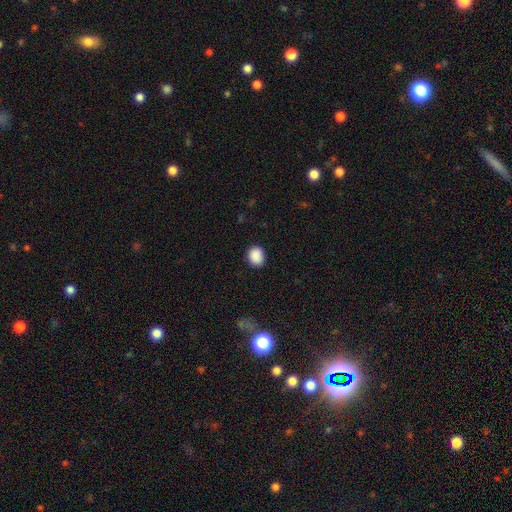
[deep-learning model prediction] Q: Smooth or featured?
A: smooth (89%); runner-up: star or artifact (8%)
Q: How rounded?
A: round (66%); runner-up: in between (33%)
Q: Merging?
A: none (88%); runner-up: minor disturbance (9%)